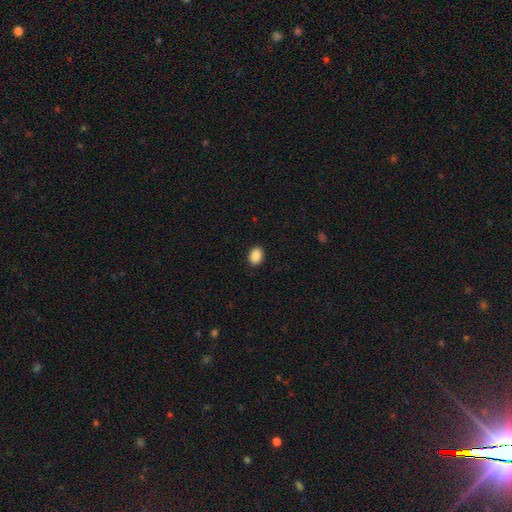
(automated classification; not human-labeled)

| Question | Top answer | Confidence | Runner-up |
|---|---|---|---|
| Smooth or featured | smooth | 90% | star or artifact (8%) |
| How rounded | in between | 71% | round (28%) |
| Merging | none | 90% | minor disturbance (7%) |